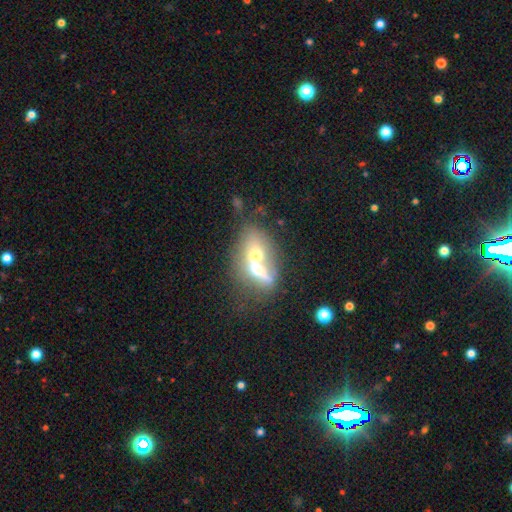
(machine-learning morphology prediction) This is possibly a smooth galaxy (49%). Merging: likely merger (71%).